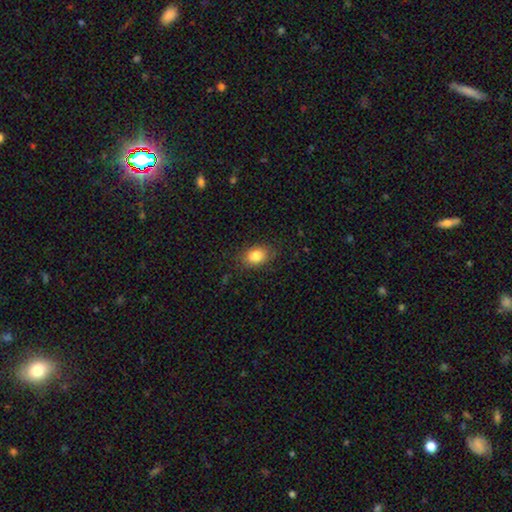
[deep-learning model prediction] A smooth galaxy with no disk features (83%) that is in between round and cigar-shaped (75%).

Vote fractions:
- Smooth or featured? smooth: 83% / star or artifact: 9% / featured or disk: 8%
- How rounded? in between: 75% / round: 24% / cigar-shaped: 1%
- Merging? none: 83% / minor disturbance: 13% / major disturbance: 3% / merger: 1%